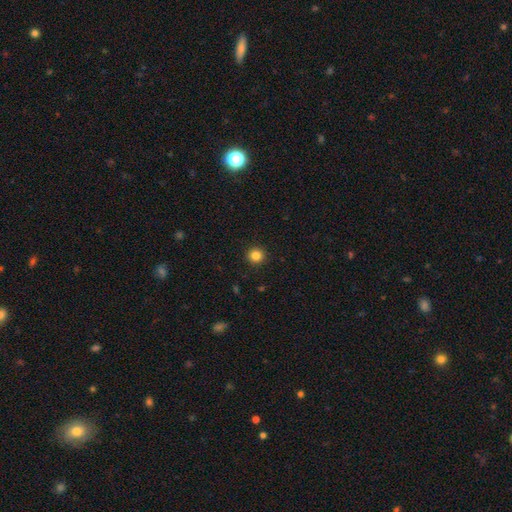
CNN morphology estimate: type=smooth (84%); roundness=round (94%); merging=none (93%).